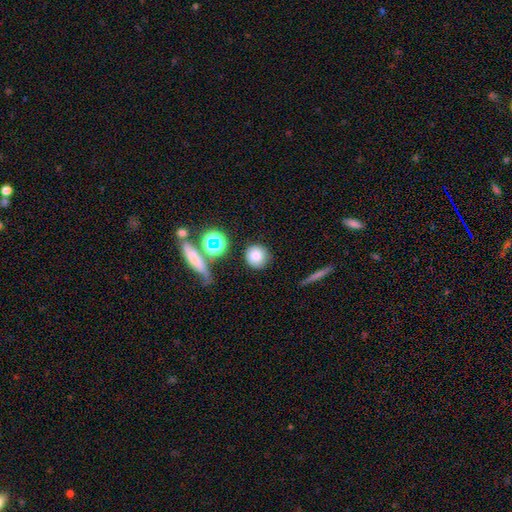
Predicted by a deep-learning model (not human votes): A smooth galaxy with no disk features (78%) that is round (88%).

Vote fractions:
- Smooth or featured? smooth: 78% / star or artifact: 12% / featured or disk: 9%
- How rounded? round: 88% / in between: 10% / cigar-shaped: 2%
- Merging? none: 80% / minor disturbance: 11% / merger: 5% / major disturbance: 4%